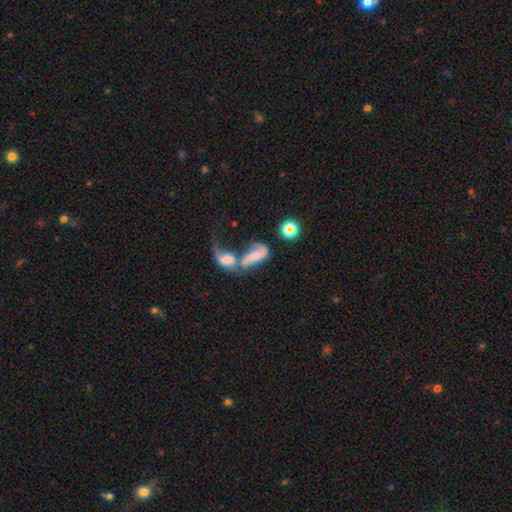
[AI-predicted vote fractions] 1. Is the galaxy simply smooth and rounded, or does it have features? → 54% featured or disk, 36% smooth, 9% star or artifact.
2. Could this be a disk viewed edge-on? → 93% no, 7% yes.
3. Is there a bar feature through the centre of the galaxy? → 52% no, 31% weak, 17% strong.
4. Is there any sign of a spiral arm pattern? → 79% yes, 21% no.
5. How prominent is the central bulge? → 36% small, 32% moderate, 21% none, 9% large, 3% dominant.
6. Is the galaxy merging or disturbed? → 69% merger, 12% none, 12% major disturbance, 7% minor disturbance.